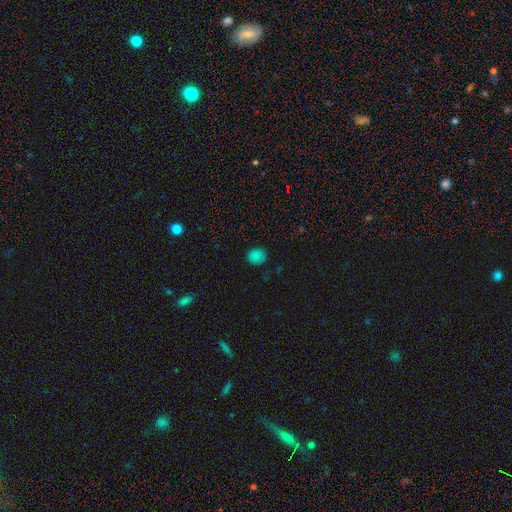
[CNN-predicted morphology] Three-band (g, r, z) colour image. It shows a smooth galaxy with no disk features (82%) that is round (75%). Merging: none (85%).